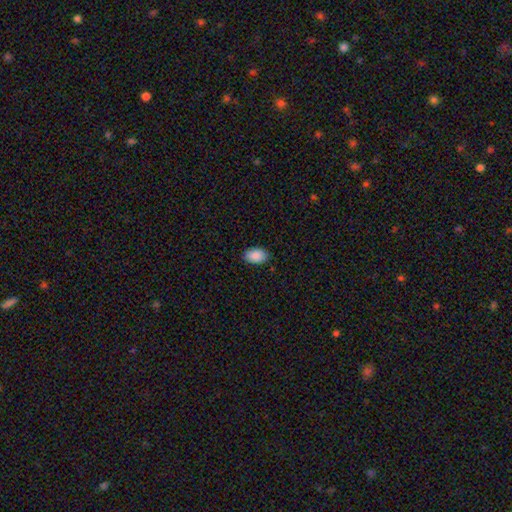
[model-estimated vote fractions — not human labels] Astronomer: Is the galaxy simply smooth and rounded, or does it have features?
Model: smooth — 90%.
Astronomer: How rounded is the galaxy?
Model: in between — 92%.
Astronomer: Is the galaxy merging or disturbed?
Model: none — 88%.